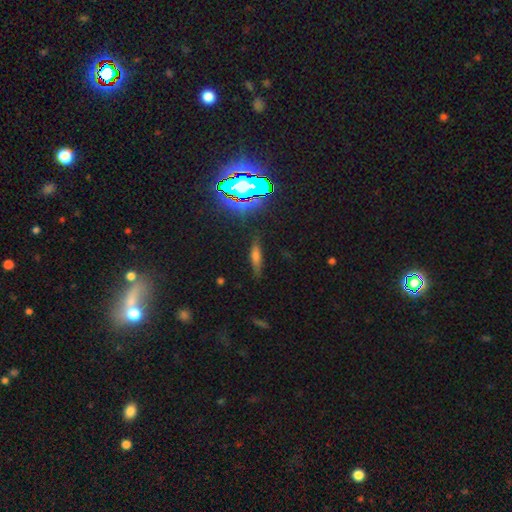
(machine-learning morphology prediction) The model was most divided on "smooth or featured": smooth: 48%, featured or disk: 29%, star or artifact: 22%. More confident: merging — none (77%).